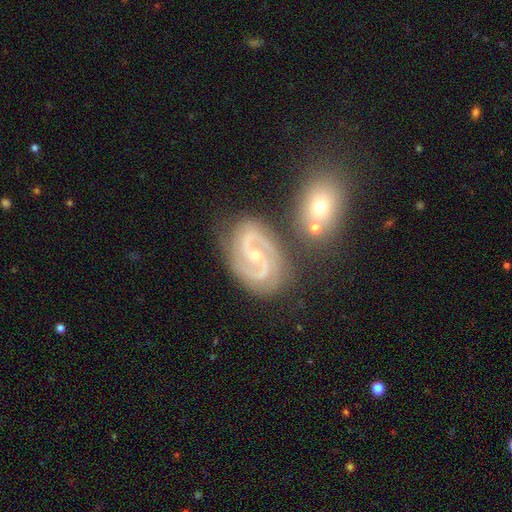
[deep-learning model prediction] A featured or disk galaxy (91%) with a weak bar (39%), 2 (88%) medium (51%) spiral arms (98%) and a small central bulge (65%). Merging: none (75%).